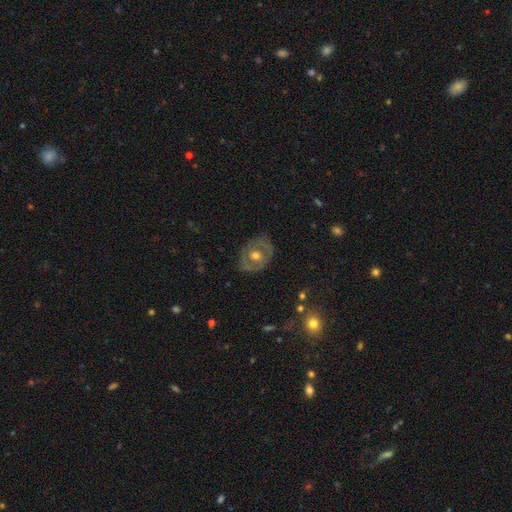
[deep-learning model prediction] The model was most divided on "spiral arms": no: 62%, yes: 38%. More confident: edge-on disk — no (95%); merging — none (77%); bulge size — moderate (76%); bar — no (72%); smooth or featured — featured or disk (62%).